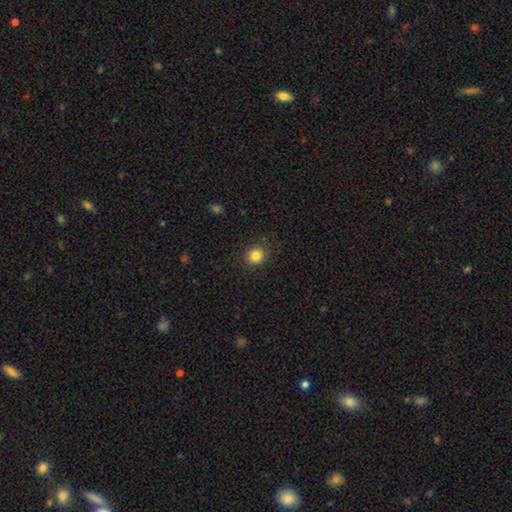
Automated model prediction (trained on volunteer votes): Smooth or featured: smooth — 84% (star or artifact — 11%)
How rounded: round — 82% (in between — 17%)
Merging: none — 90% (minor disturbance — 7%)